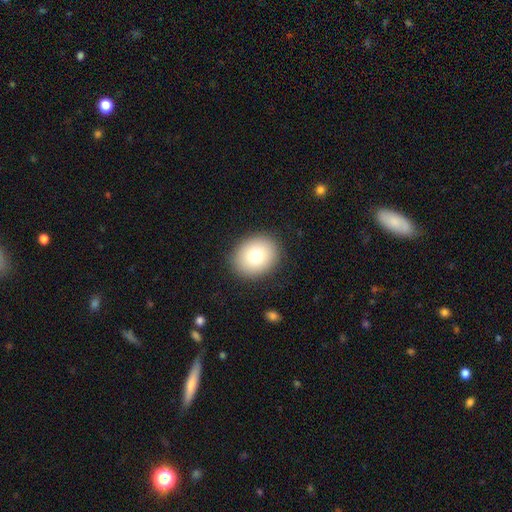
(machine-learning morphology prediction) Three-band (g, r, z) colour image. It shows a smooth galaxy with no disk features (77%) that is round (55%). Merging: none (89%).